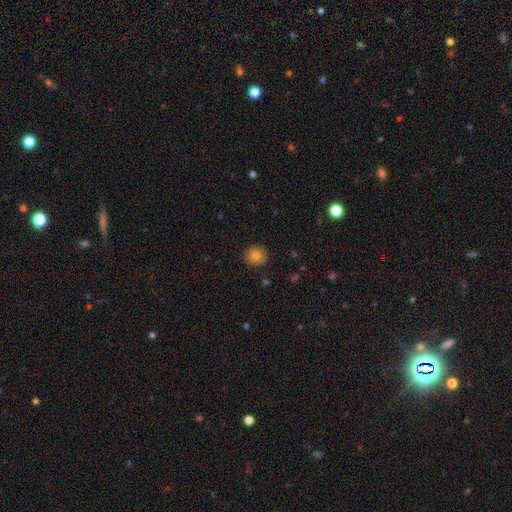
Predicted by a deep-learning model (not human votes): Smooth or featured?
  - smooth: 82% *
  - star or artifact: 10%
  - featured or disk: 9%
How rounded?
  - round: 86% *
  - in between: 13%
  - cigar-shaped: 1%
Merging?
  - none: 89% *
  - minor disturbance: 8%
  - major disturbance: 2%
  - merger: 1%